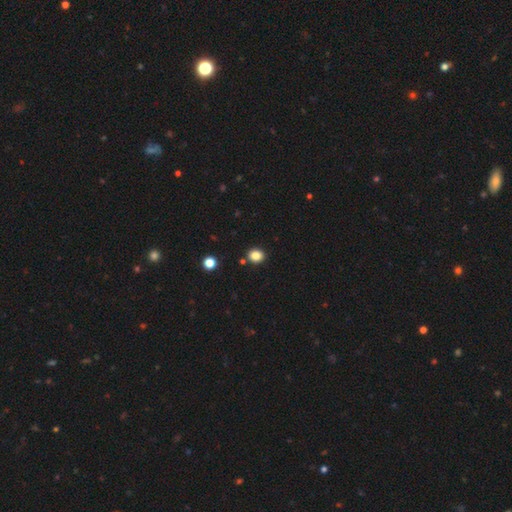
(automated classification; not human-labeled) smooth_or_featured: smooth (p=0.85) [alt: star or artifact p=0.11]
how_rounded: round (p=0.70) [alt: in between p=0.29]
merging: none (p=0.87) [alt: minor disturbance p=0.07]